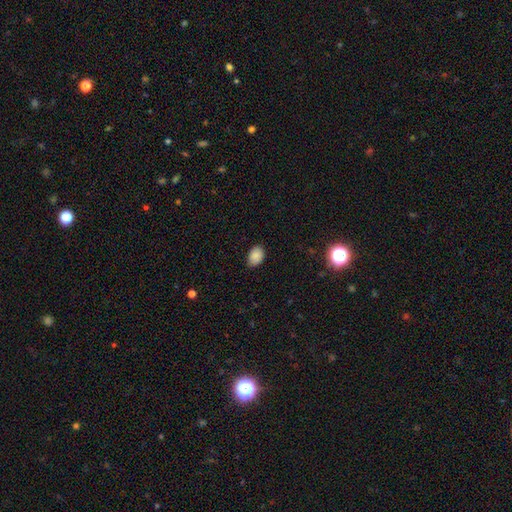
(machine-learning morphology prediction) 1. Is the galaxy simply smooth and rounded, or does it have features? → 88% smooth, 8% star or artifact, 4% featured or disk.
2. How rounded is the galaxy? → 82% in between, 17% round, 1% cigar-shaped.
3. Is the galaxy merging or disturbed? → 81% none, 16% minor disturbance, 2% major disturbance, 1% merger.